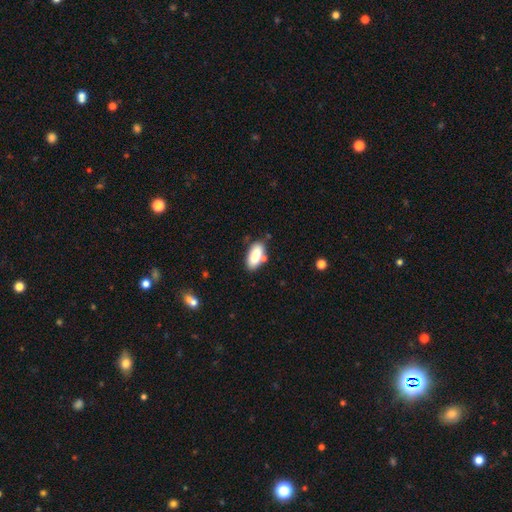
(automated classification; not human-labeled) The model was most divided on "merging": none: 72%, minor disturbance: 16%, merger: 8%, major disturbance: 4%. More confident: how rounded — in between (88%); smooth or featured — smooth (86%).